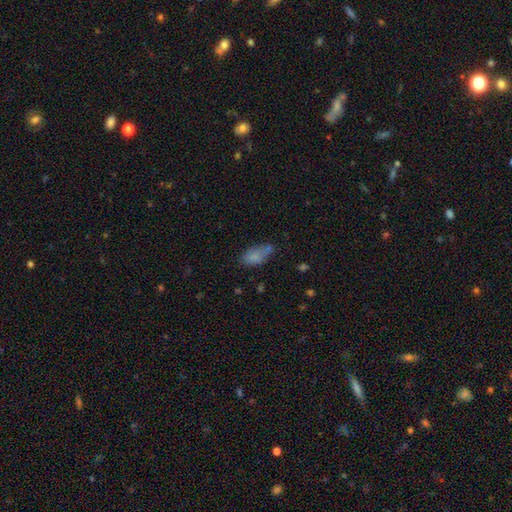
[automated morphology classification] Overall: smooth (76%). How rounded: in between (88%). Merging: none (48%; minor disturbance 27%).